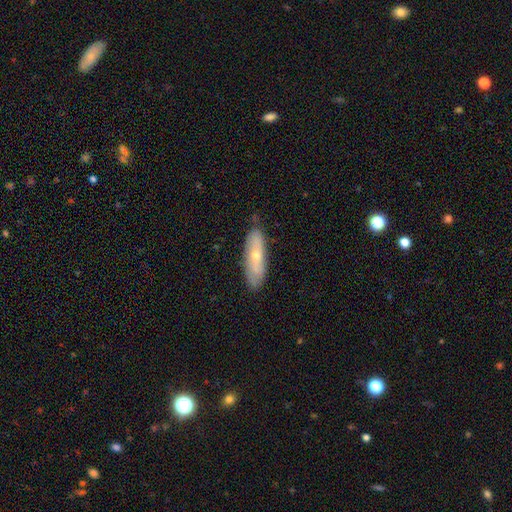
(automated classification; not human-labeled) smooth-or-featured: smooth: 47% | featured or disk: 46% | star or artifact: 7%
  merging: none: 80% | minor disturbance: 16% | major disturbance: 3% | merger: 2%